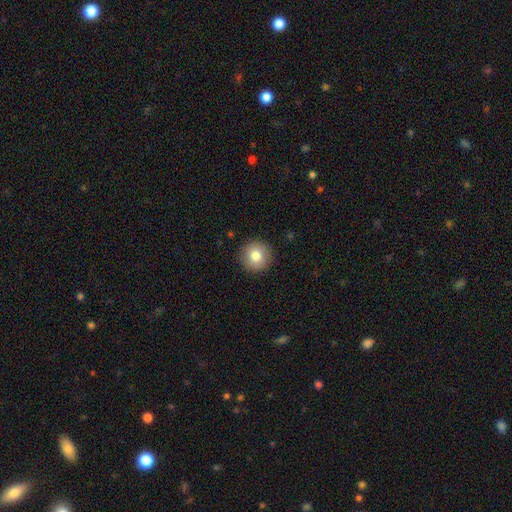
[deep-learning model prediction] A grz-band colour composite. It shows a smooth galaxy with no disk features (80%) that is round (95%). Merging: none (91%).